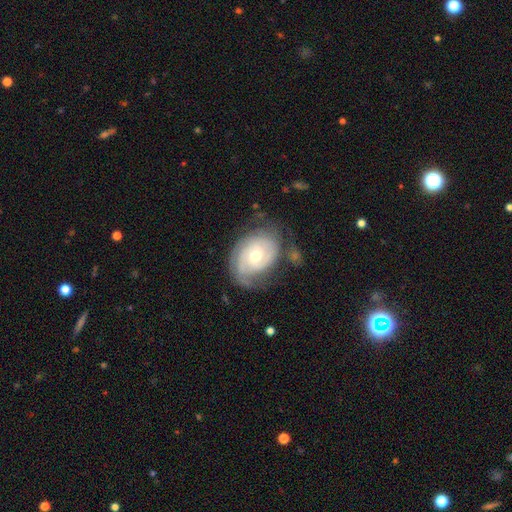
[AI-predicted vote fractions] The model was most divided on "spiral arm count": 2: 36%, can't tell: 33%, 3: 13%, 1: 11%, 4: 4%, more than 4: 3%. More confident: edge-on disk — no (96%); spiral arms — yes (90%); smooth or featured — featured or disk (79%); bar — no (68%); bulge size — moderate (65%); spiral winding — tight (64%); merging — none (60%).